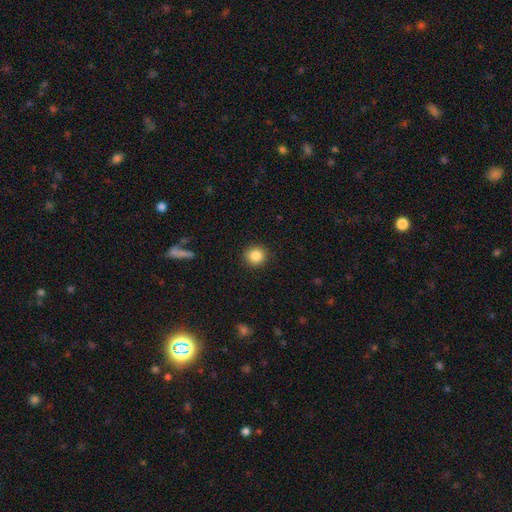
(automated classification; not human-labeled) Q: Smooth or featured?
A: smooth (86%); runner-up: star or artifact (10%)
Q: How rounded?
A: round (89%); runner-up: in between (10%)
Q: Merging?
A: none (90%); runner-up: minor disturbance (7%)